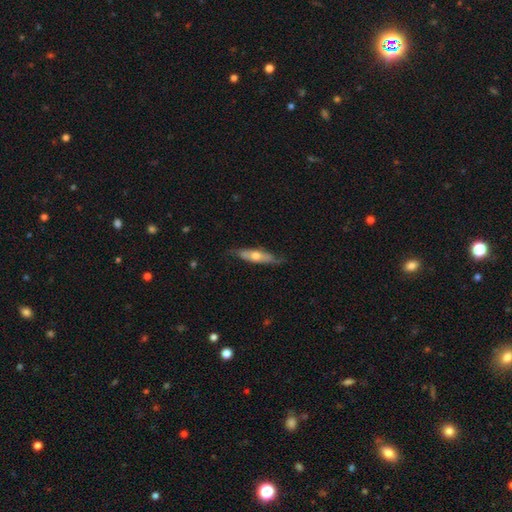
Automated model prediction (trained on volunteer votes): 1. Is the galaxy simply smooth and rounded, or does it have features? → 49% featured or disk, 46% smooth, 5% star or artifact.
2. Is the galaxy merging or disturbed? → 71% none, 23% minor disturbance, 5% major disturbance, 1% merger.